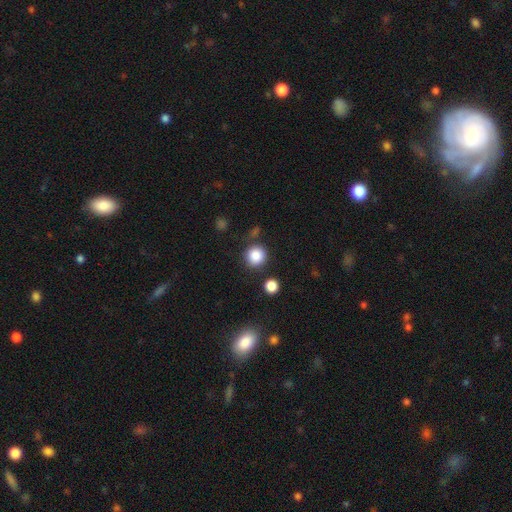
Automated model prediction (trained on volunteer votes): Smooth or featured: smooth — 86% (star or artifact — 10%)
How rounded: round — 92% (in between — 7%)
Merging: none — 82% (minor disturbance — 9%)